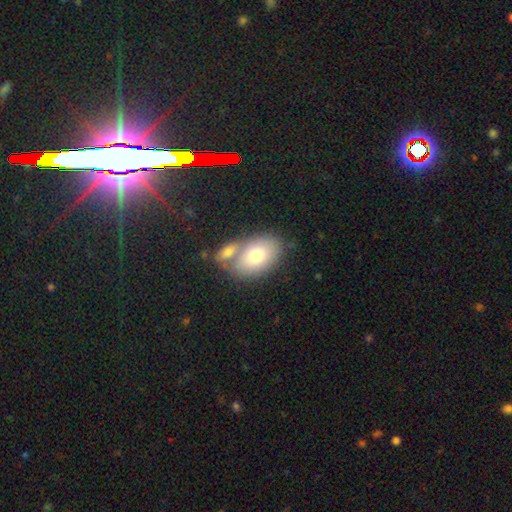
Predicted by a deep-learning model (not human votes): This appears to be a smooth galaxy with no disk features (75%) that is in between round and cigar-shaped (88%). Merging: none (49%).